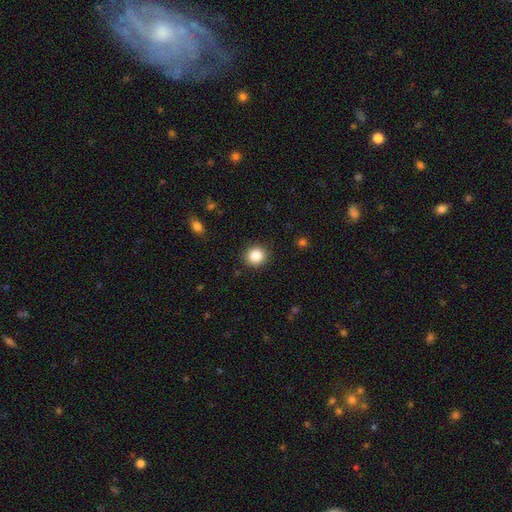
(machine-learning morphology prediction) A smooth galaxy with no disk features (86%) that is round (86%). Merging: none (89%).